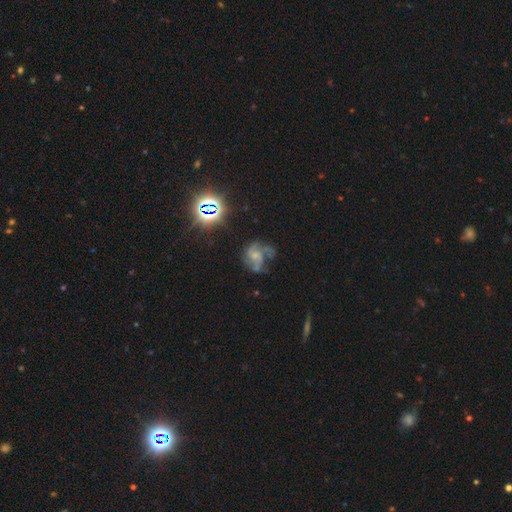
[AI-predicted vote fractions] smooth_or_featured: featured or disk (p=0.68) [alt: star or artifact p=0.16]
disk_edge_on: no (p=0.98) [alt: yes p=0.02]
bar: no (p=0.71) [alt: weak p=0.24]
has_spiral_arms: yes (p=0.84) [alt: no p=0.16]
spiral_winding: medium (p=0.46) [alt: loose p=0.37]
spiral_arm_count: 3 (p=0.37) [alt: 2 p=0.28]
bulge_size: small (p=0.46) [alt: moderate p=0.29]
merging: none (p=0.43) [alt: major disturbance p=0.29]